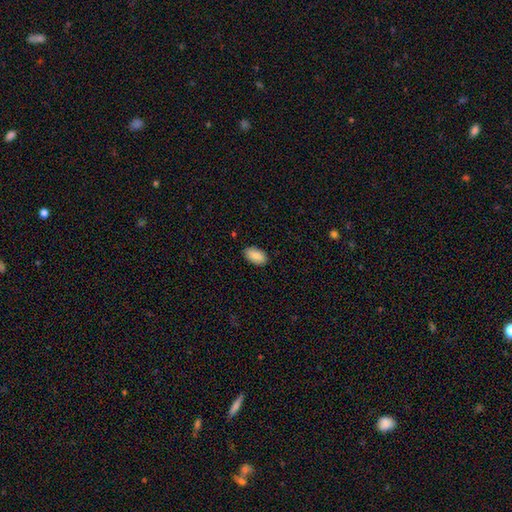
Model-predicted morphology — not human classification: type=smooth (87%); roundness=in between (95%); merging=none (88%).